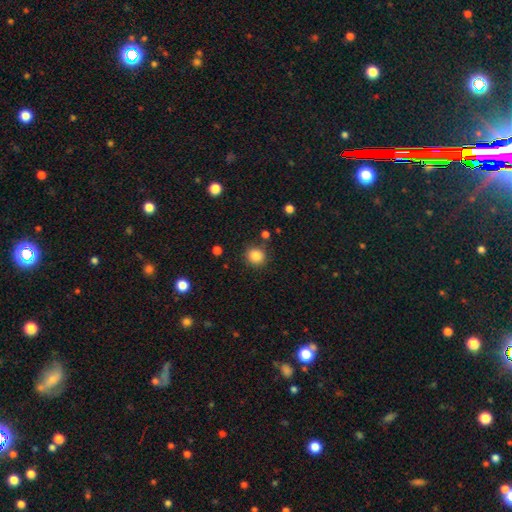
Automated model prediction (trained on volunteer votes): Smooth or featured?
  - smooth: 86% *
  - star or artifact: 10%
  - featured or disk: 4%
How rounded?
  - round: 87% *
  - in between: 12%
  - cigar-shaped: 1%
Merging?
  - none: 85% *
  - minor disturbance: 9%
  - merger: 3%
  - major disturbance: 3%